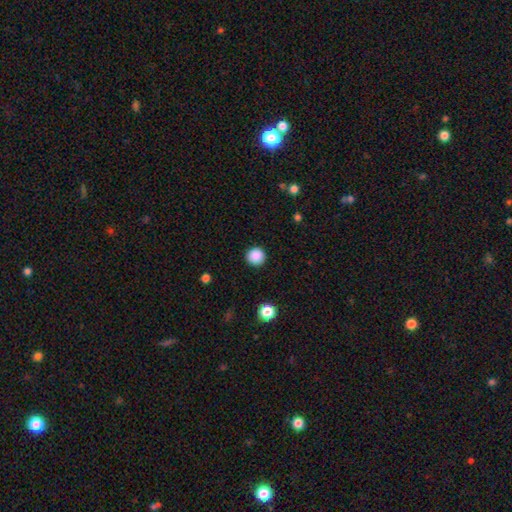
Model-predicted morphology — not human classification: smooth 88%, star or artifact 9%, featured or disk 2%. Down the decision tree: how rounded — round (95%); merging — none (92%).